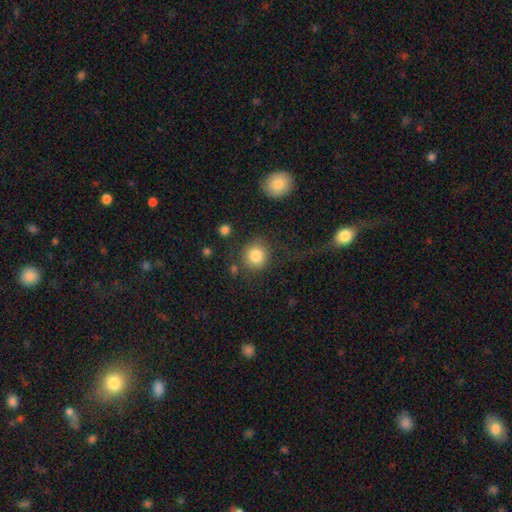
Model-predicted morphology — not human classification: smooth 84%, star or artifact 9%, featured or disk 7%. Down the decision tree: how rounded — round (87%); merging — none (77%).